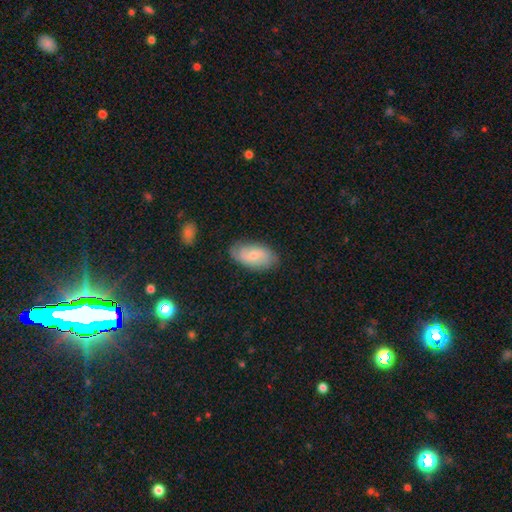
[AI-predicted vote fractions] smooth 54%, featured or disk 40%, star or artifact 7%. Down the decision tree: how rounded — in between (93%); merging — none (78%).